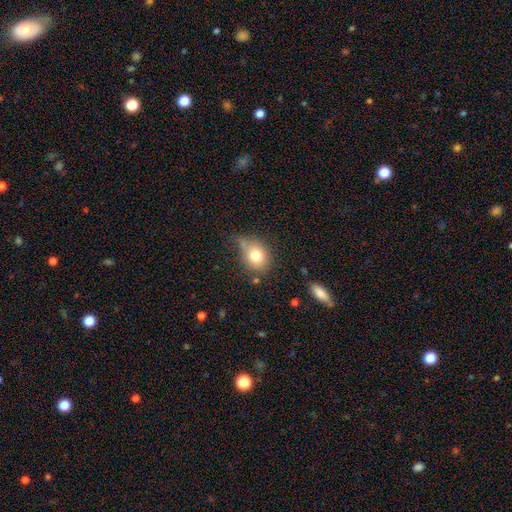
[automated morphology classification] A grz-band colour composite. It shows a smooth galaxy with no disk features (77%) that is round (50%). Merging: none (53%).